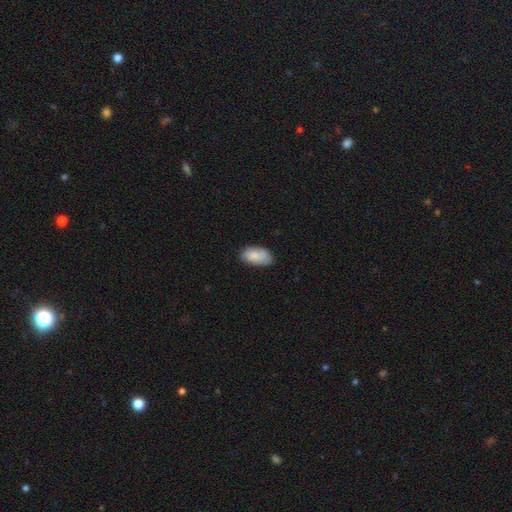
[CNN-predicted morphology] type=smooth (76%); roundness=in between (94%); merging=none (74%).